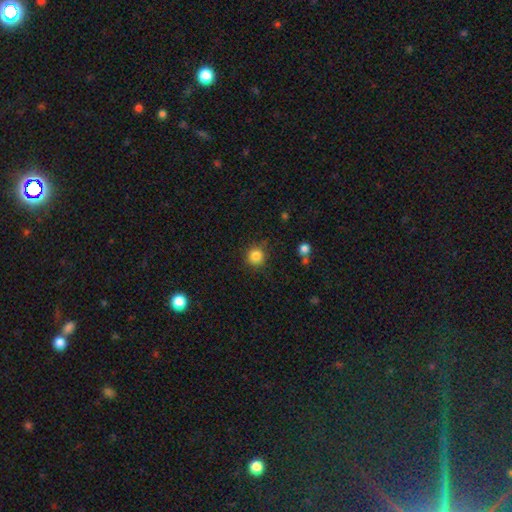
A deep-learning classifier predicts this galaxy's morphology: A smooth galaxy with no disk features (84%) that is round (92%). Merging: none (84%).